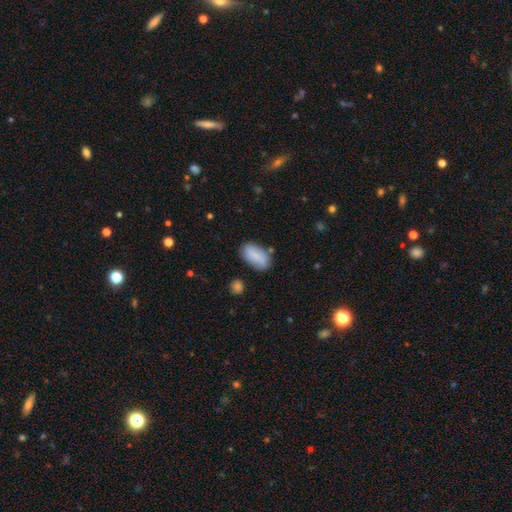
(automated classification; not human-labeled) This is likely a smooth galaxy (78%). How rounded: clearly in between (92%). Merging: likely none (68%).